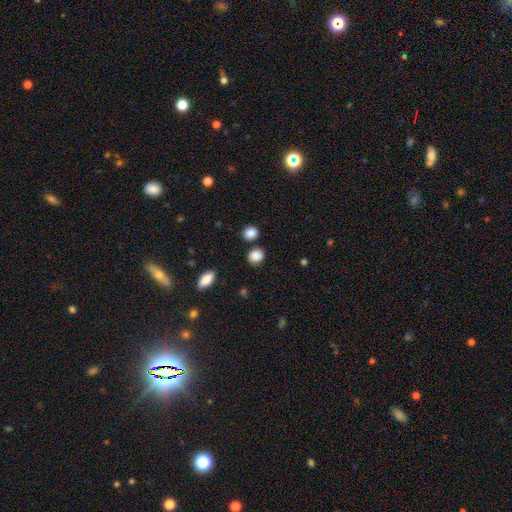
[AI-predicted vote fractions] A smooth galaxy with no disk features (87%) that is round (78%).

Vote fractions:
- Smooth or featured? smooth: 87% / star or artifact: 10% / featured or disk: 3%
- How rounded? round: 78% / in between: 20% / cigar-shaped: 1%
- Merging? none: 81% / minor disturbance: 11% / merger: 6% / major disturbance: 3%